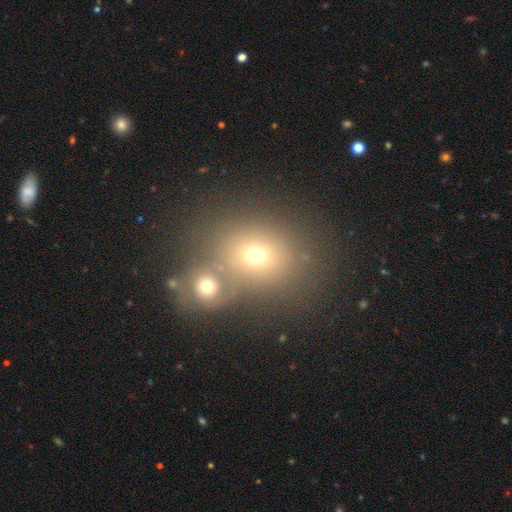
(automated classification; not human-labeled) Smooth or featured? smooth (63%)
How rounded? round (65%)
Merging? none (49%)